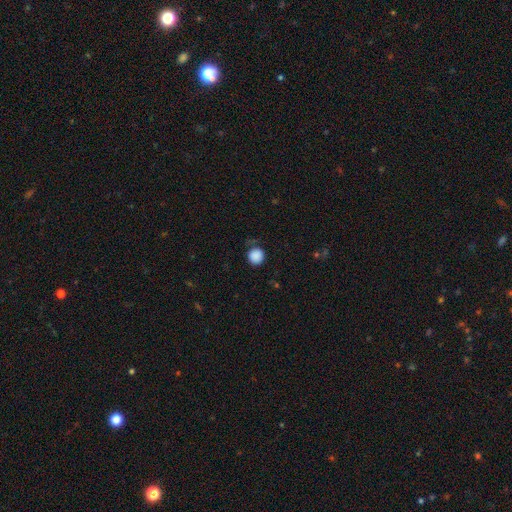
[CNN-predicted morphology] smooth-or-featured: smooth: 87% | star or artifact: 9% | featured or disk: 4%
  how-rounded: round: 94% | in between: 6% | cigar-shaped: 1%
  merging: none: 79% | minor disturbance: 13% | major disturbance: 6% | merger: 2%